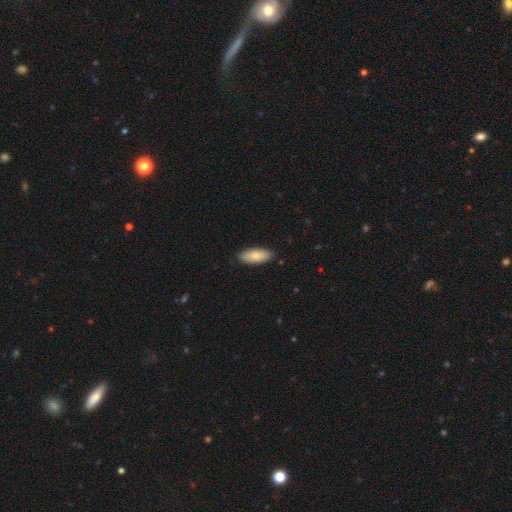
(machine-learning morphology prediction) smooth 83%, featured or disk 12%, star or artifact 6%. Down the decision tree: how rounded — in between (84%); merging — none (88%).